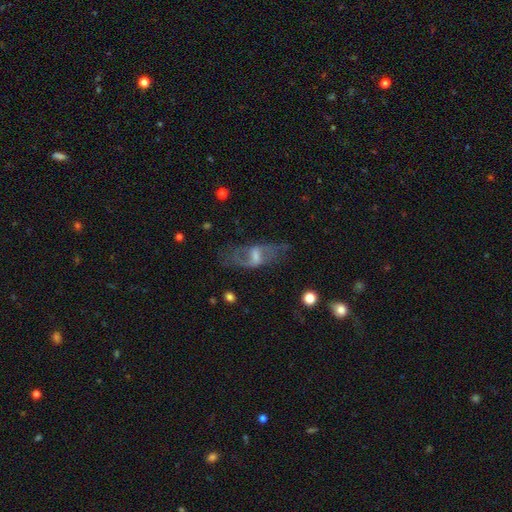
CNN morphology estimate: featured or disk 70%, smooth 21%, star or artifact 9%. Down the decision tree: edge-on disk — no (86%); bar — weak (49%); spiral arms — yes (73%); bulge size — moderate (38%); merging — none (65%).